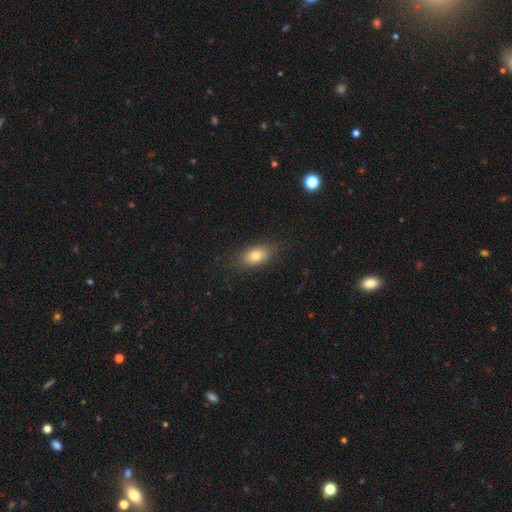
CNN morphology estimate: Smooth or featured? Predicted: smooth (p=0.78). How rounded? Predicted: in between (p=0.83). Merging? Predicted: none (p=0.83).